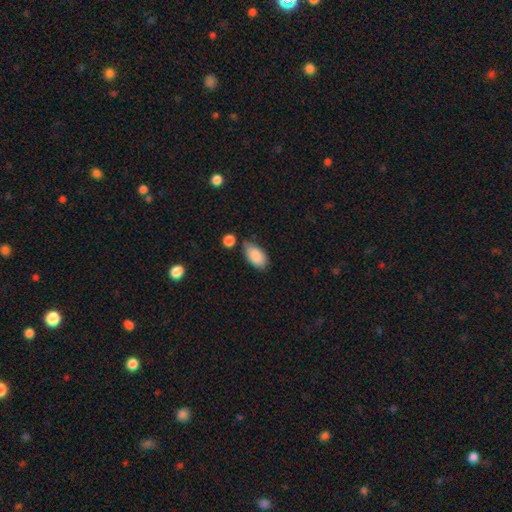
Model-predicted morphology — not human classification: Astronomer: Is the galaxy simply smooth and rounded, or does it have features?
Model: smooth — 87%.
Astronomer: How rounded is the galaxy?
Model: in between — 94%.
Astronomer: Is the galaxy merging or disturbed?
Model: none — 64%.